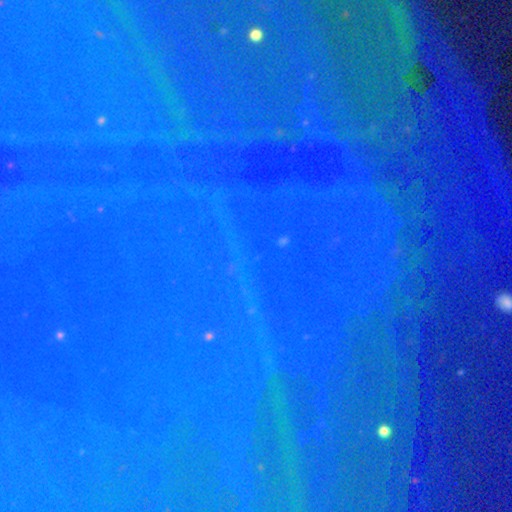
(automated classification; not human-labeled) The model was most divided on "smooth or featured": star or artifact: 81%, smooth: 11%, featured or disk: 8%.